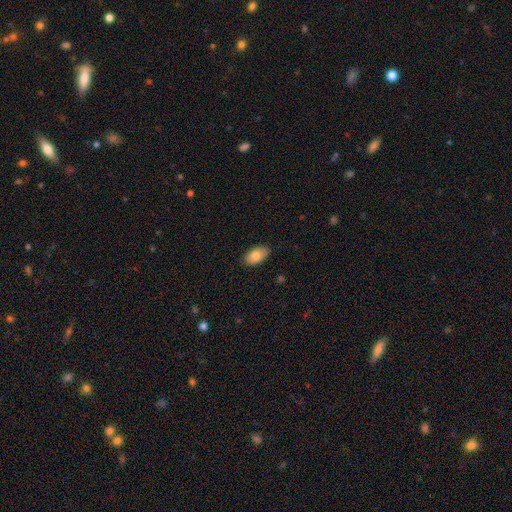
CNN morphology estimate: smooth_or_featured: smooth (p=0.84) [alt: featured or disk p=0.09]
how_rounded: in between (p=0.94) [alt: round p=0.04]
merging: none (p=0.86) [alt: minor disturbance p=0.11]